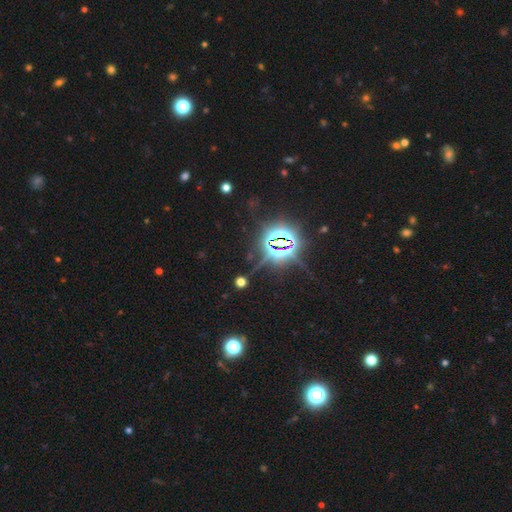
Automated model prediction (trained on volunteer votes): Smooth or featured? Predicted: star or artifact (p=0.84).